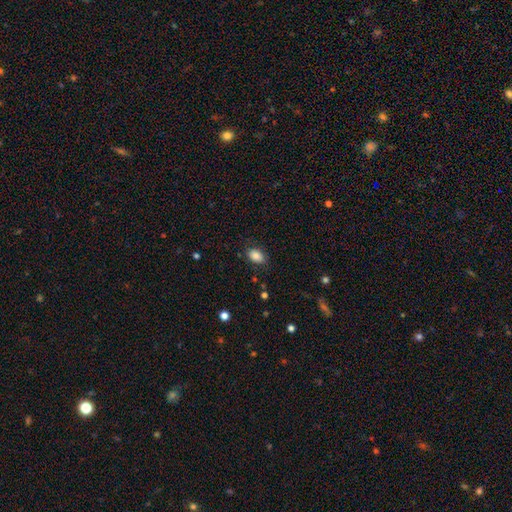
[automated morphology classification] Smooth or featured? Predicted: smooth (p=0.85). How rounded? Predicted: in between (p=0.85). Merging? Predicted: none (p=0.81).